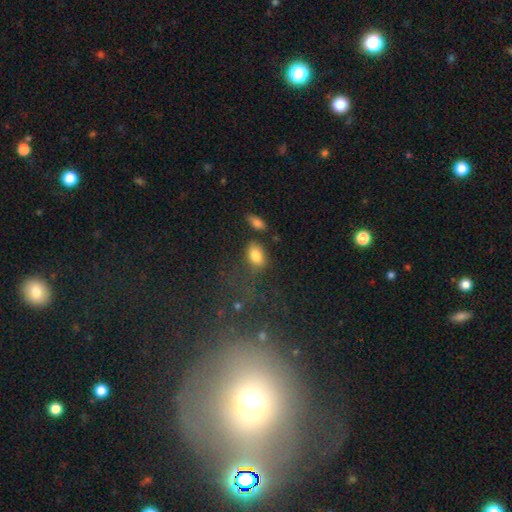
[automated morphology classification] A smooth galaxy with no disk features (82%) that is in between round and cigar-shaped (86%). Merging: none (62%).